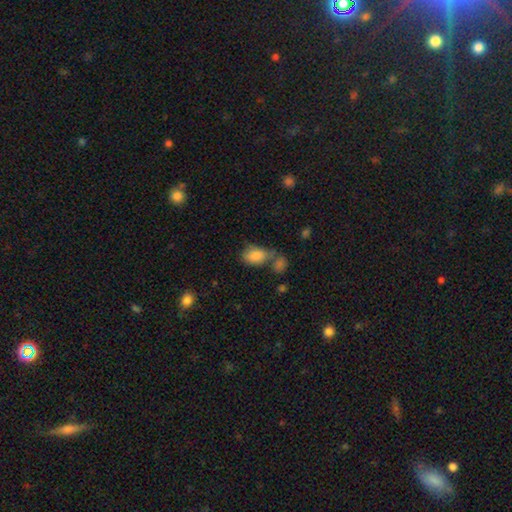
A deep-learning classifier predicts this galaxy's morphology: Smooth or featured?
  - smooth: 83% *
  - star or artifact: 9%
  - featured or disk: 8%
How rounded?
  - in between: 87% *
  - round: 11%
  - cigar-shaped: 2%
Merging?
  - none: 41% *
  - merger: 29%
  - minor disturbance: 21%
  - major disturbance: 9%